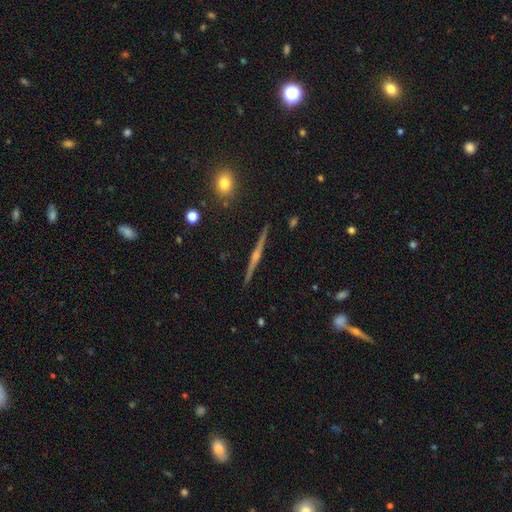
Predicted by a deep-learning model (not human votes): smooth-or-featured: featured or disk: 82% | smooth: 12% | star or artifact: 7%
  disk-edge-on: yes: 98% | no: 2%
    edge-on-bulge: rounded: 77% | none: 14% | boxy: 9%
  merging: none: 92% | minor disturbance: 6% | major disturbance: 1% | merger: 1%